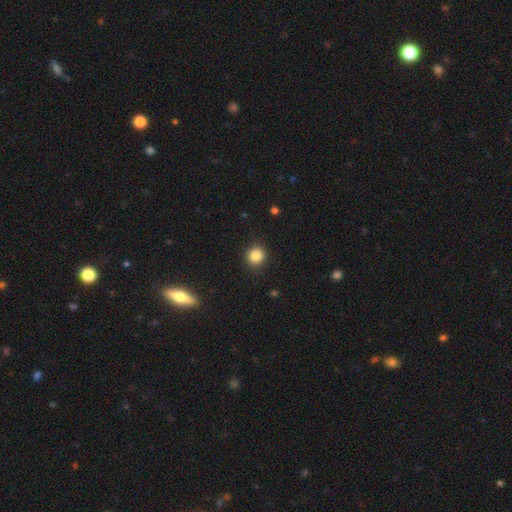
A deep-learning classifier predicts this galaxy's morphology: smooth_or_featured: smooth (p=0.85) [alt: star or artifact p=0.10]
how_rounded: round (p=0.88) [alt: in between p=0.11]
merging: none (p=0.90) [alt: minor disturbance p=0.07]